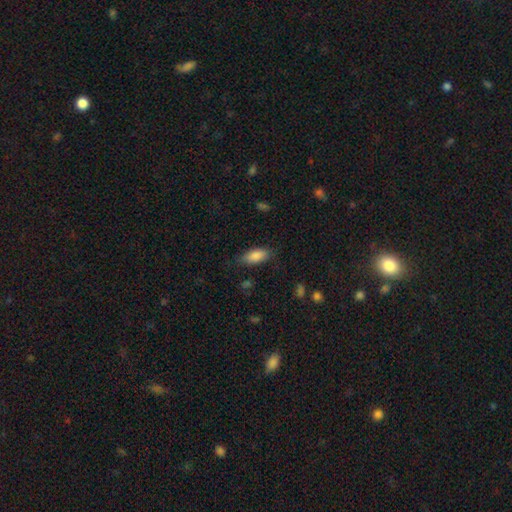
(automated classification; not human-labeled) Smooth or featured: smooth — 86% (star or artifact — 7%)
How rounded: in between — 84% (cigar-shaped — 14%)
Merging: none — 77% (minor disturbance — 17%)